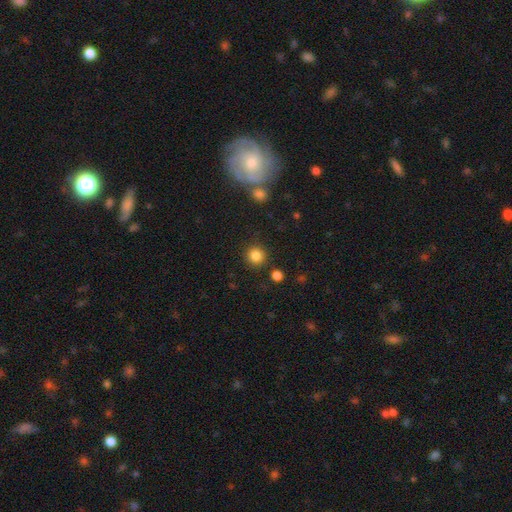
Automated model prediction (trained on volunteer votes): smooth_or_featured: smooth (p=0.84) [alt: star or artifact p=0.12]
how_rounded: round (p=0.93) [alt: in between p=0.06]
merging: none (p=0.88) [alt: minor disturbance p=0.06]